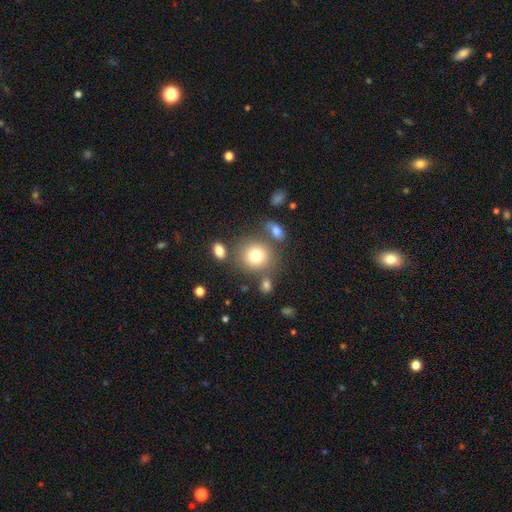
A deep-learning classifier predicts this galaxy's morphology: This is likely a smooth galaxy (77%). How rounded: clearly round (83%). Merging: likely none (70%).